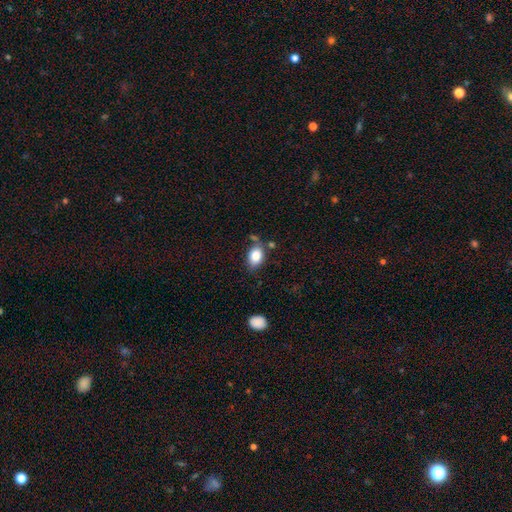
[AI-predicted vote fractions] Smooth or featured: smooth — 83% (featured or disk — 9%)
How rounded: in between — 79% (round — 20%)
Merging: none — 67% (minor disturbance — 20%)